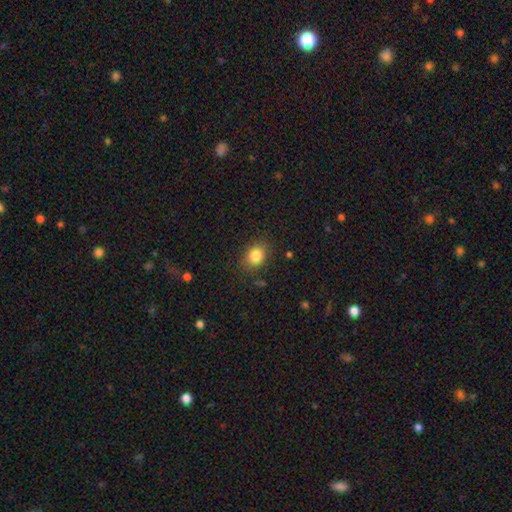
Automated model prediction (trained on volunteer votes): Smooth or featured? Predicted: smooth (p=0.84). How rounded? Predicted: in between (p=0.50). Merging? Predicted: none (p=0.82).